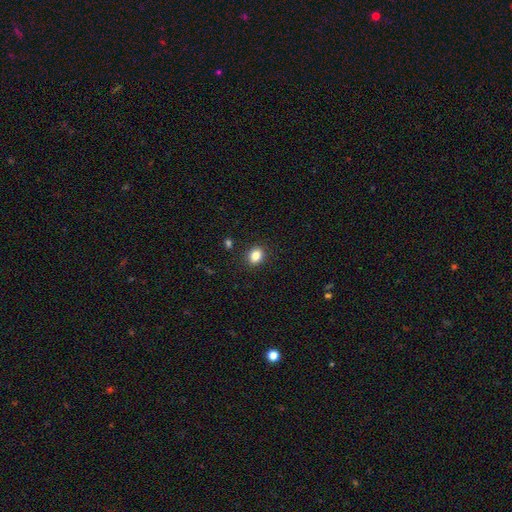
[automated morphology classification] Smooth or featured: smooth — 85% (star or artifact — 10%)
How rounded: in between — 56% (round — 43%)
Merging: none — 89% (minor disturbance — 8%)